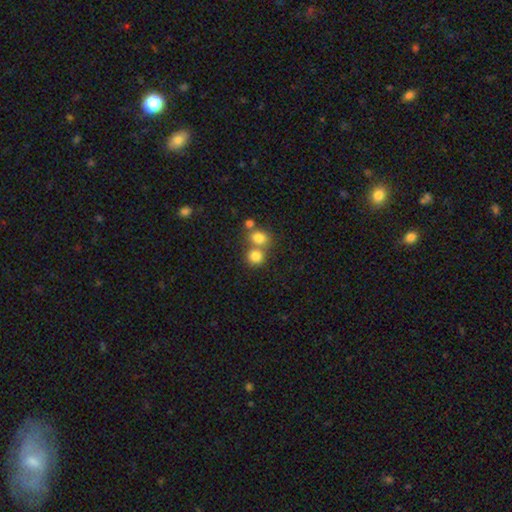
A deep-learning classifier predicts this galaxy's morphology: A smooth galaxy with no disk features (80%) that is round (80%).

Vote fractions:
- Smooth or featured? smooth: 80% / star or artifact: 12% / featured or disk: 8%
- How rounded? round: 80% / in between: 19% / cigar-shaped: 1%
- Merging? none: 47% / merger: 43% / minor disturbance: 7% / major disturbance: 3%